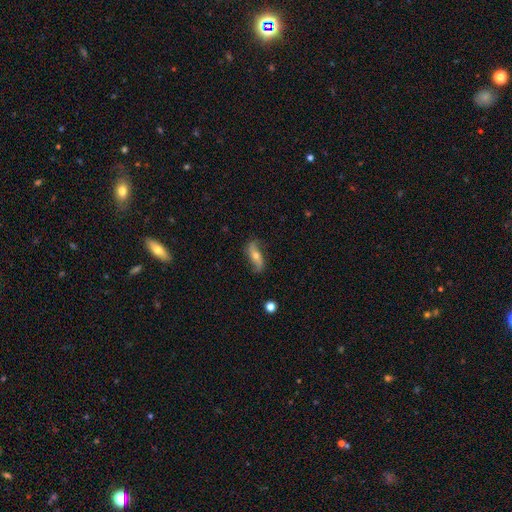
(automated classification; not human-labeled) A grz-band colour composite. It shows a featured or disk galaxy (67%) with no bar (55%), spiral arms (87%) and a moderate central bulge (57%). Merging: none (76%).